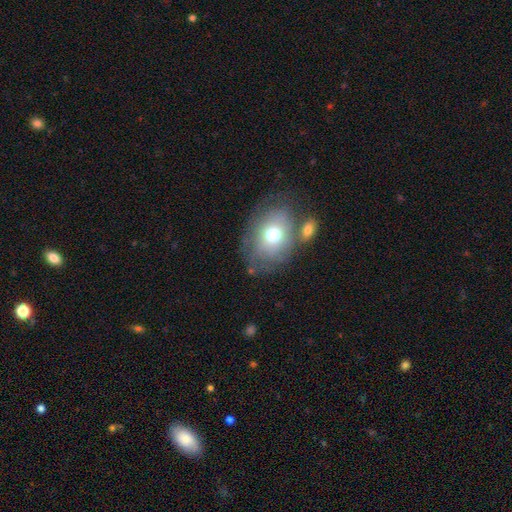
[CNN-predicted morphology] type=smooth (57%); roundness=in between (58%); merging=none (56%).